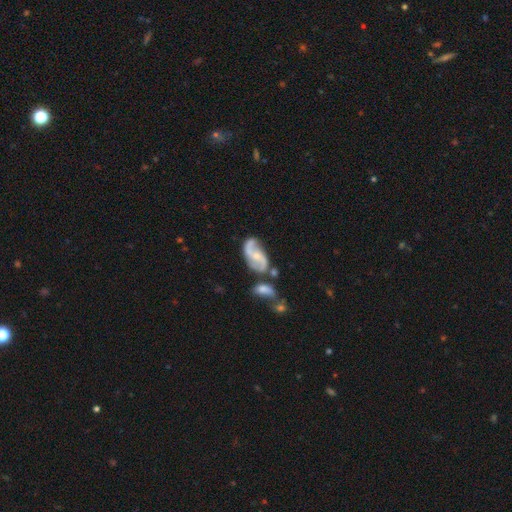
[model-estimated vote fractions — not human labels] Smooth or featured? Predicted: featured or disk (p=0.82). Edge-on disk? Predicted: no (p=0.97). Bar? Predicted: no (p=0.50). Spiral arms? Predicted: yes (p=0.94). Spiral winding? Predicted: loose (p=0.51). Spiral arm count? Predicted: 2 (p=0.90). Bulge size? Predicted: small (p=0.56). Merging? Predicted: none (p=0.50).